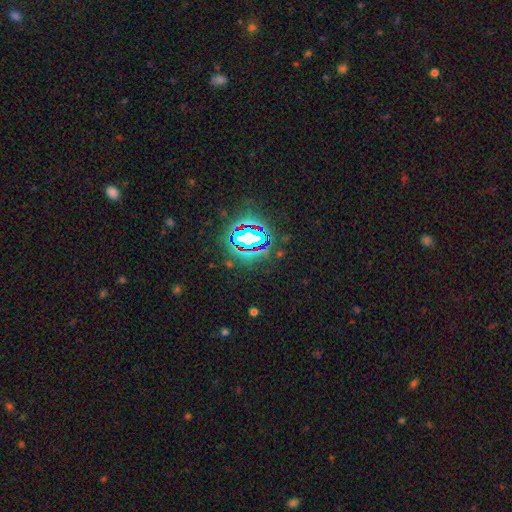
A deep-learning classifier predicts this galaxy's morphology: A star or artifact, not a galaxy (85%).

Vote fractions:
- Smooth or featured? star or artifact: 85% / smooth: 9% / featured or disk: 6%